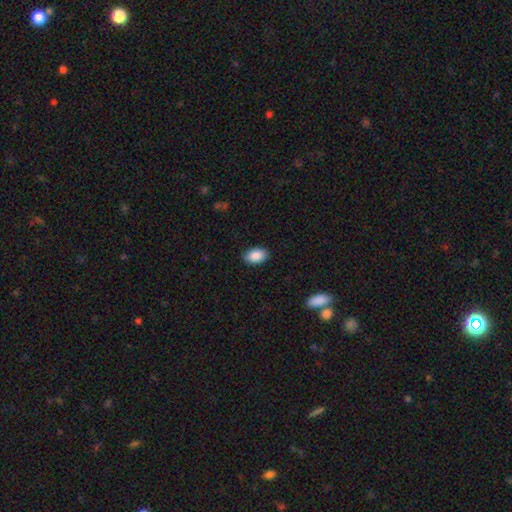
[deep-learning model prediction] This is clearly a smooth galaxy (89%). How rounded: clearly in between (90%). Merging: clearly none (89%).